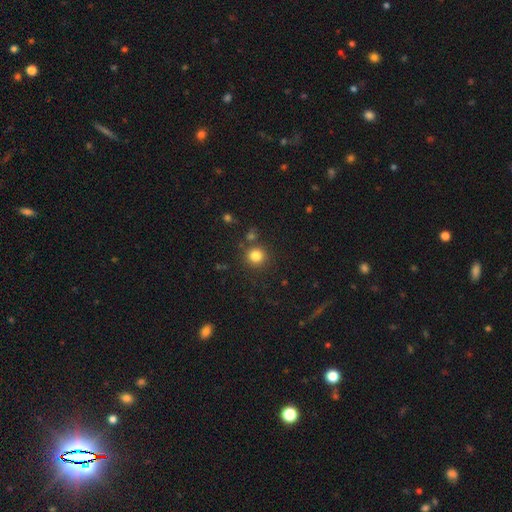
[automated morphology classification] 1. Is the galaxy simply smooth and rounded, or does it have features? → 82% smooth, 12% star or artifact, 5% featured or disk.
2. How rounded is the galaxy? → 92% round, 7% in between, 1% cigar-shaped.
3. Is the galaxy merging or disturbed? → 82% none, 8% minor disturbance, 7% merger, 3% major disturbance.